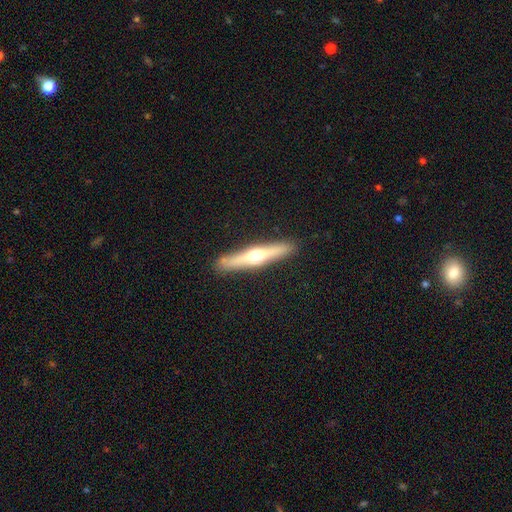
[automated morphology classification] The model was most divided on "smooth or featured": featured or disk: 62%, smooth: 33%, star or artifact: 5%. More confident: edge-on disk — yes (95%); edge-on bulge — rounded (94%); merging — none (88%).